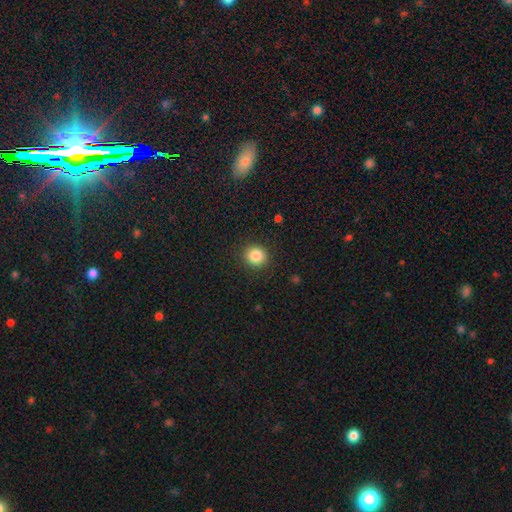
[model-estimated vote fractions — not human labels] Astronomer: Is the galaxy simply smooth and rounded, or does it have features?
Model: smooth — 85%.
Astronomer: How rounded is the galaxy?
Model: round — 89%.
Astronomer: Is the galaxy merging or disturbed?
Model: none — 90%.